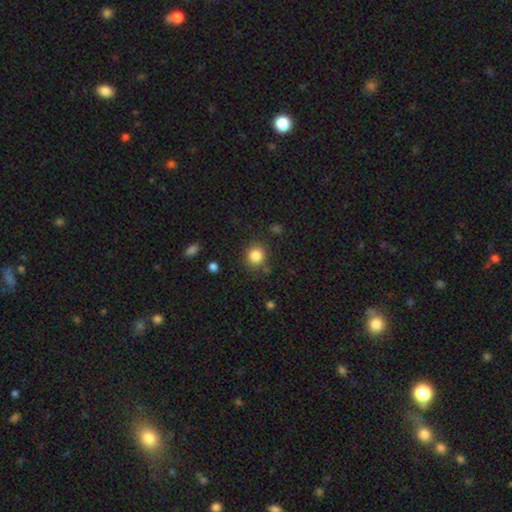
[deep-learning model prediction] Smooth or featured: smooth — 84% (star or artifact — 11%)
How rounded: round — 85% (in between — 14%)
Merging: none — 83% (minor disturbance — 10%)